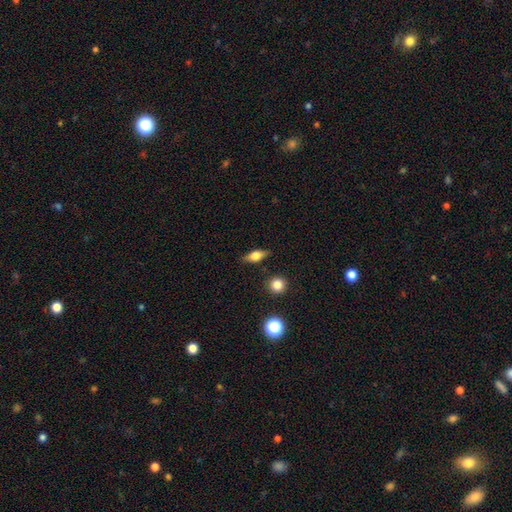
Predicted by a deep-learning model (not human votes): Smooth or featured? Predicted: smooth (p=0.53). How rounded? Predicted: in between (p=0.66). Merging? Predicted: none (p=0.84).